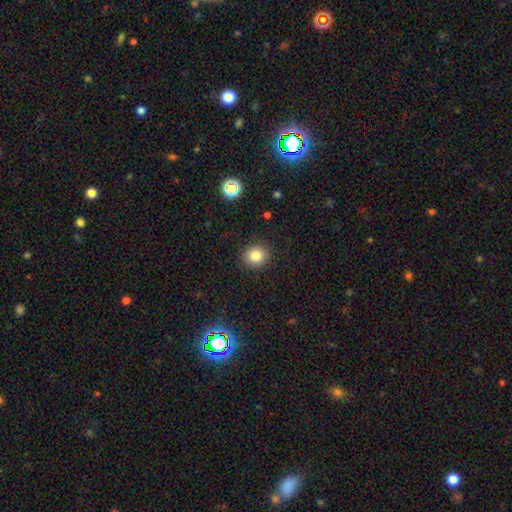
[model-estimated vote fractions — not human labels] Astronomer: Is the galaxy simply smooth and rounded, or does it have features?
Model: smooth — 83%.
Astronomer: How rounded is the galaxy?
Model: round — 85%.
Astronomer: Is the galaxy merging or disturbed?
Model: none — 90%.